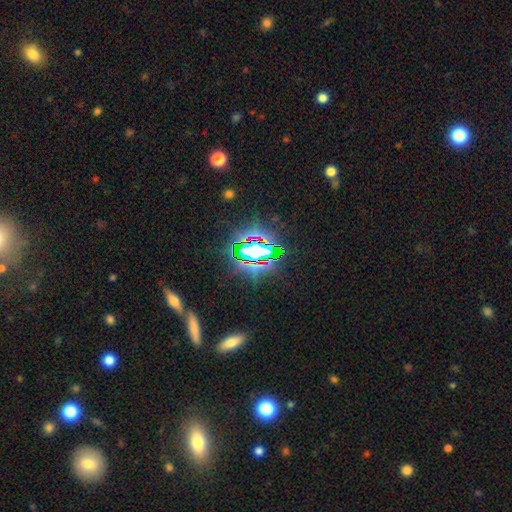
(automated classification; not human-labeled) Smooth or featured? star or artifact (68%)